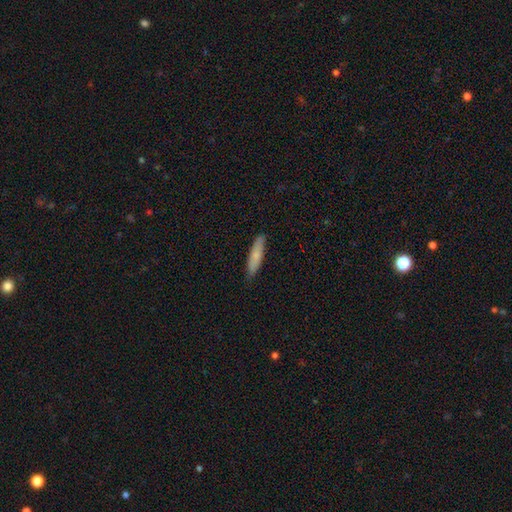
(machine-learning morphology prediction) Overall: smooth (75%). How rounded: cigar-shaped (81%). Merging: none (84%).